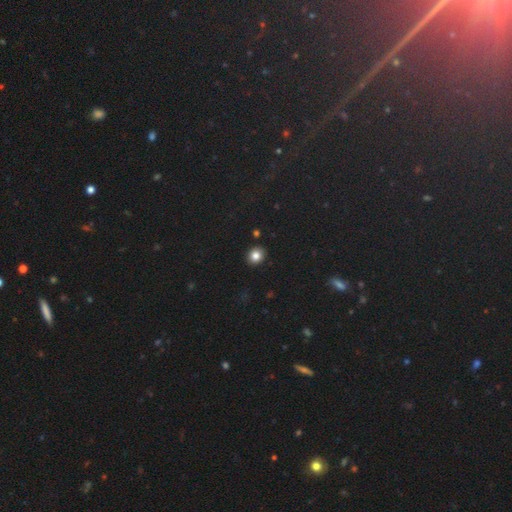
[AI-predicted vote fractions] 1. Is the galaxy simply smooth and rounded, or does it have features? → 82% smooth, 12% star or artifact, 6% featured or disk.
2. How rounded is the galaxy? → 74% round, 25% in between, 1% cigar-shaped.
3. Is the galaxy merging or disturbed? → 90% none, 7% minor disturbance, 2% major disturbance, 2% merger.